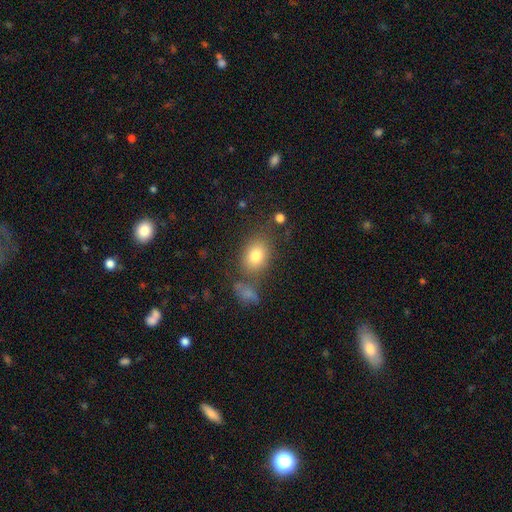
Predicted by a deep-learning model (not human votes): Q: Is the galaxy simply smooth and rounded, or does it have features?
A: smooth — 79%.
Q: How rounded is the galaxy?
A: in between — 71%.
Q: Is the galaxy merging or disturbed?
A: none — 68%.